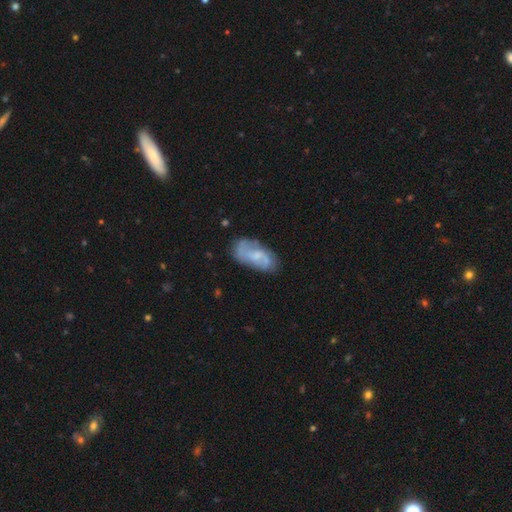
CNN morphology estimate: smooth_or_featured: featured or disk (p=0.60) [alt: smooth p=0.33]
disk_edge_on: no (p=0.94) [alt: yes p=0.06]
bar: no (p=0.47) [alt: weak p=0.44]
has_spiral_arms: yes (p=0.77) [alt: no p=0.23]
bulge_size: small (p=0.43) [alt: moderate p=0.31]
merging: none (p=0.64) [alt: minor disturbance p=0.23]